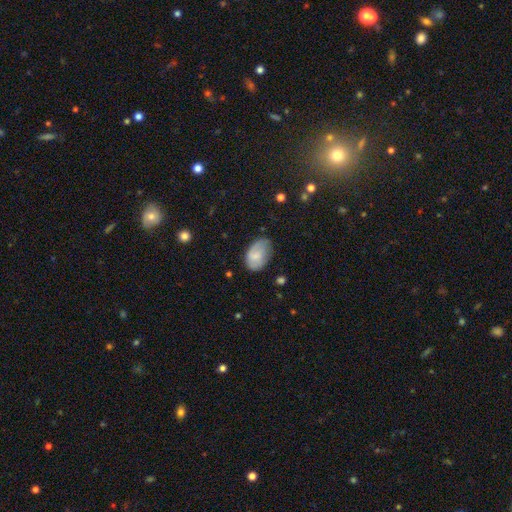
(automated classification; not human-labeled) Smooth or featured? Predicted: smooth (p=0.70). How rounded? Predicted: in between (p=0.90). Merging? Predicted: none (p=0.60).